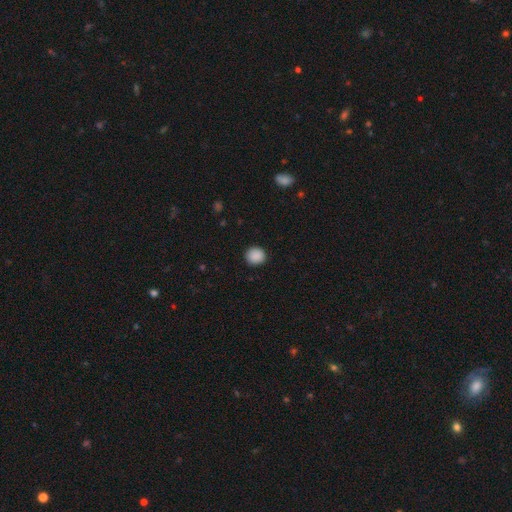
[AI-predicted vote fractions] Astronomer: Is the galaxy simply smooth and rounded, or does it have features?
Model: smooth — 89%.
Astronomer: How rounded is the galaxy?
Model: round — 86%.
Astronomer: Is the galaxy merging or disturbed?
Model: none — 90%.